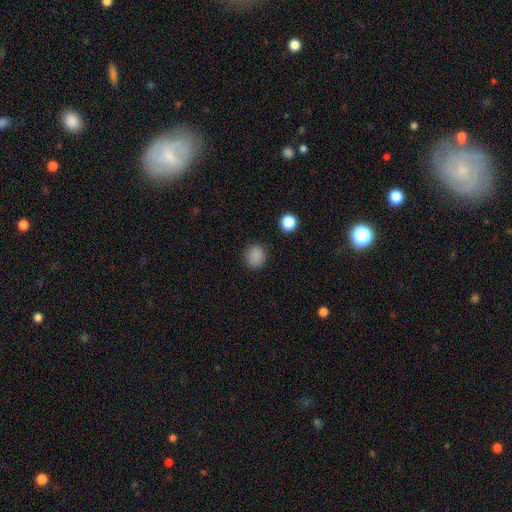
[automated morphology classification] A smooth galaxy with no disk features (85%) that is round (82%). Merging: none (88%).